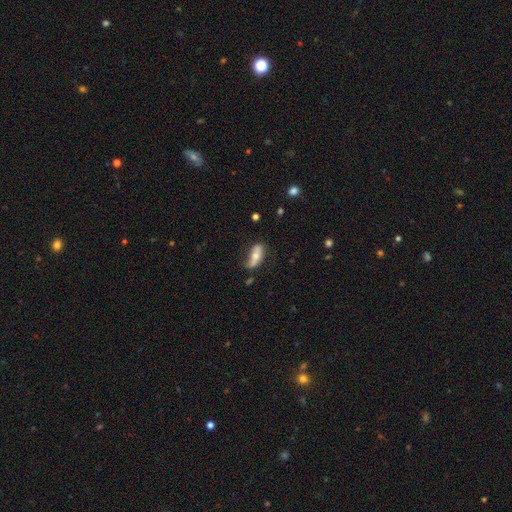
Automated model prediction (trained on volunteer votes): Q: Smooth or featured?
A: smooth (57%); runner-up: featured or disk (36%)
Q: How rounded?
A: in between (80%); runner-up: cigar-shaped (17%)
Q: Merging?
A: none (53%); runner-up: minor disturbance (33%)